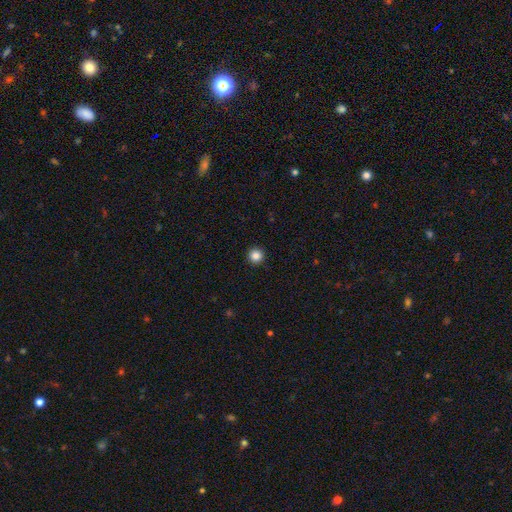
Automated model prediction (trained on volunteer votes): A smooth galaxy with no disk features (85%) that is round (96%).

Vote fractions:
- Smooth or featured? smooth: 85% / star or artifact: 11% / featured or disk: 4%
- How rounded? round: 96% / in between: 3% / cigar-shaped: 1%
- Merging? none: 94% / minor disturbance: 4% / major disturbance: 1% / merger: 1%